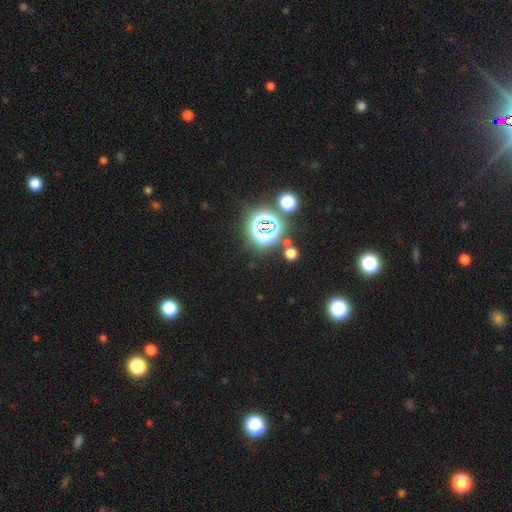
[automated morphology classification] A star or artifact, not a galaxy (79%).